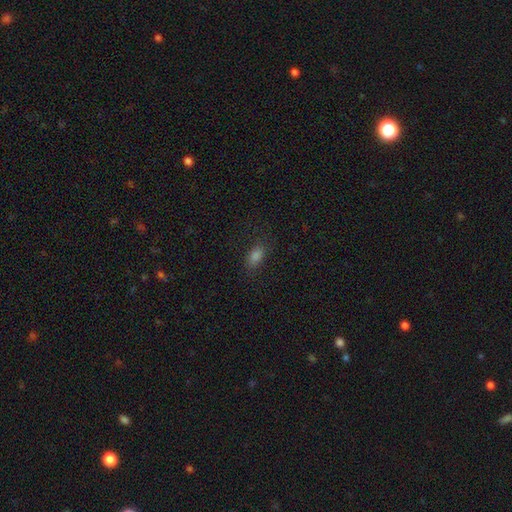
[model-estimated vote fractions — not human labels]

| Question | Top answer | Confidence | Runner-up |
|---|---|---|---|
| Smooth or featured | smooth | 78% | star or artifact (16%) |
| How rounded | in between | 84% | round (9%) |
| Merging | none | 79% | minor disturbance (14%) |